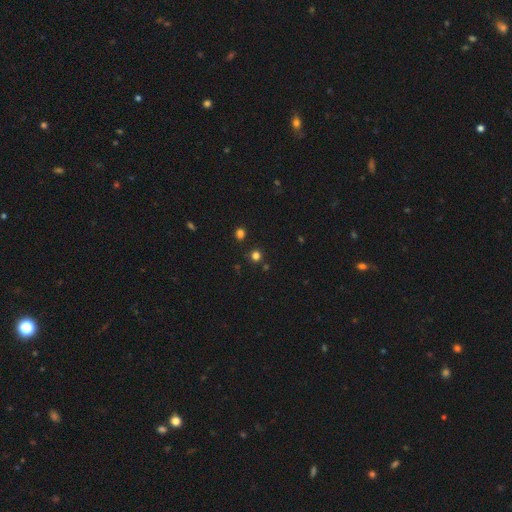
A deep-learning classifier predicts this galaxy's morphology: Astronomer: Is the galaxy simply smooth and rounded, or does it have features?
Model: smooth — 75%.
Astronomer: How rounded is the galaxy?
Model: round — 93%.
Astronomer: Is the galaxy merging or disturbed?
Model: none — 88%.